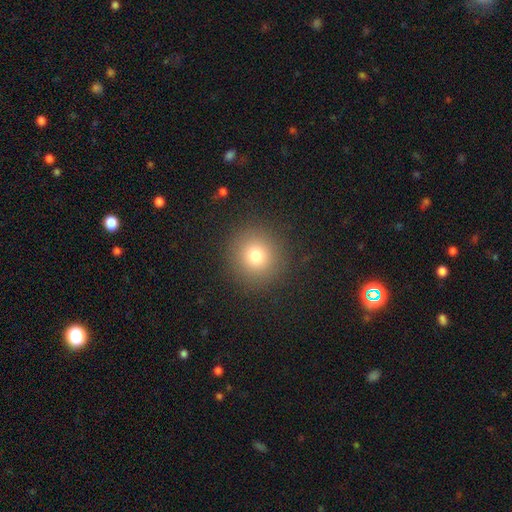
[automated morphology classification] Smooth or featured: smooth — 76% (star or artifact — 15%)
How rounded: round — 94% (in between — 5%)
Merging: none — 90% (minor disturbance — 6%)